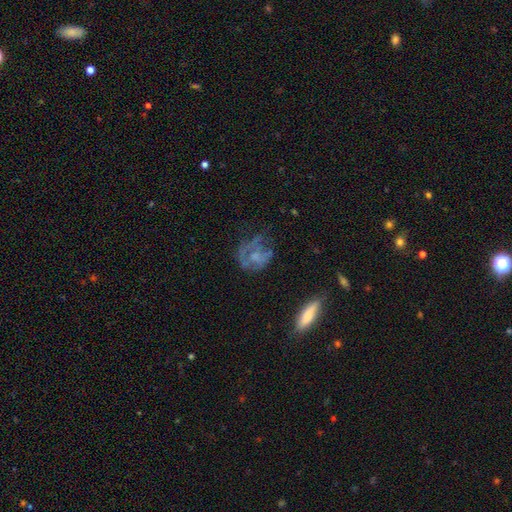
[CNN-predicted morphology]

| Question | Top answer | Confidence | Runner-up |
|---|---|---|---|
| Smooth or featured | featured or disk | 55% | smooth (34%) |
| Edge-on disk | no | 96% | yes (4%) |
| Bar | no | 83% | weak (14%) |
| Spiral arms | no | 68% | yes (32%) |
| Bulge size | none | 40% | moderate (27%) |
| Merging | none | 46% | major disturbance (28%) |